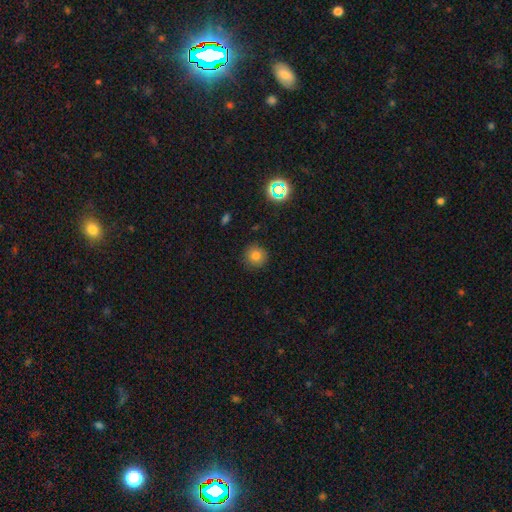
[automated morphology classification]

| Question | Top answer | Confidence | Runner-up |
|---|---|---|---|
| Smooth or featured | smooth | 78% | star or artifact (15%) |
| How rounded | round | 94% | in between (5%) |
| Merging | none | 89% | minor disturbance (7%) |